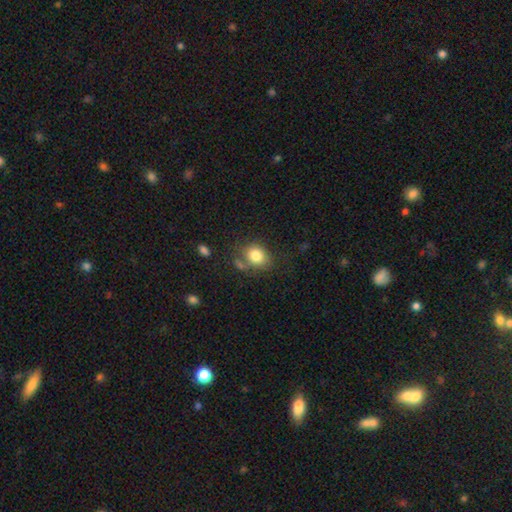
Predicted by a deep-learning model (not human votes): A smooth galaxy with no disk features (81%) that is round (55%). Merging: none (62%).